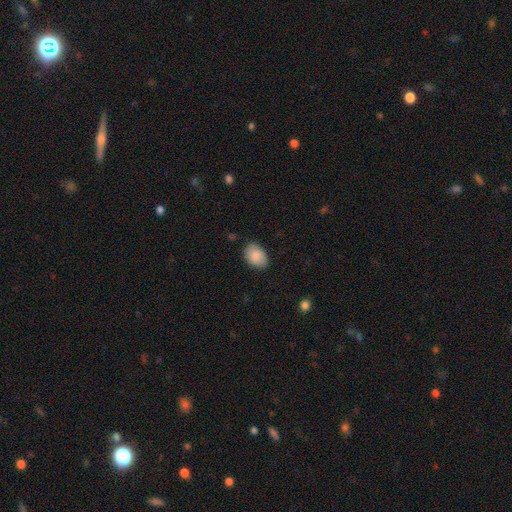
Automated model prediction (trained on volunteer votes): smooth 88%, star or artifact 7%, featured or disk 6%. Down the decision tree: how rounded — in between (84%); merging — none (80%).